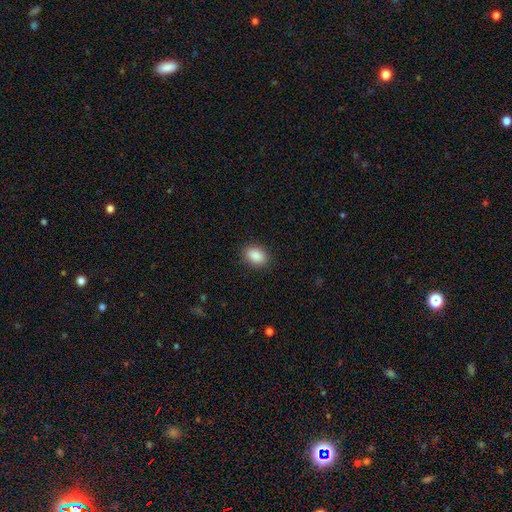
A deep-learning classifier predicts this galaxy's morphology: This is clearly a smooth galaxy (89%). How rounded: clearly in between (83%). Merging: clearly none (89%).